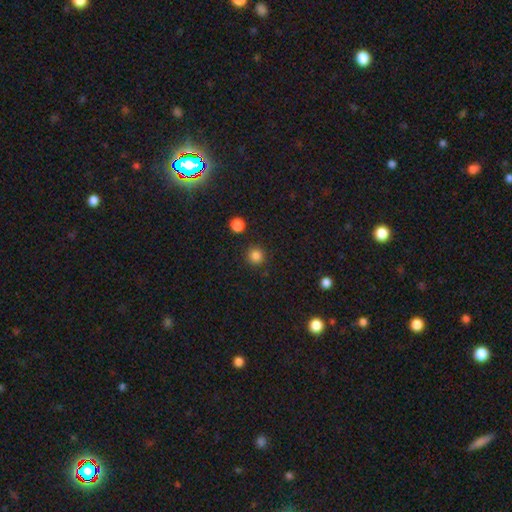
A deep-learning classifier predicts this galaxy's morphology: Smooth or featured? Predicted: smooth (p=0.84). How rounded? Predicted: round (p=0.94). Merging? Predicted: none (p=0.90).